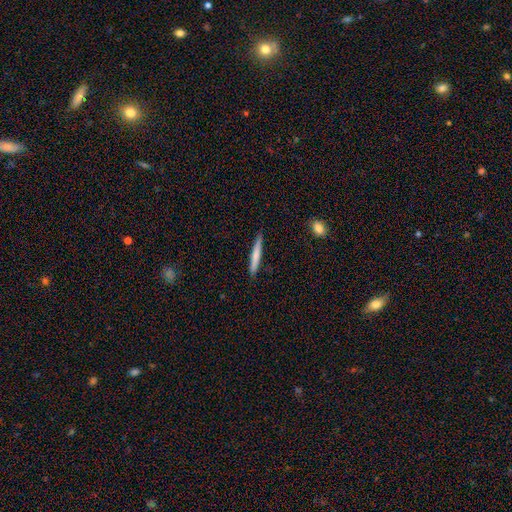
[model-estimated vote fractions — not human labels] smooth-or-featured: smooth: 68% | featured or disk: 26% | star or artifact: 5%
  how-rounded: cigar-shaped: 96% | in between: 3% | round: 1%
  merging: none: 88% | minor disturbance: 9% | major disturbance: 2% | merger: 1%